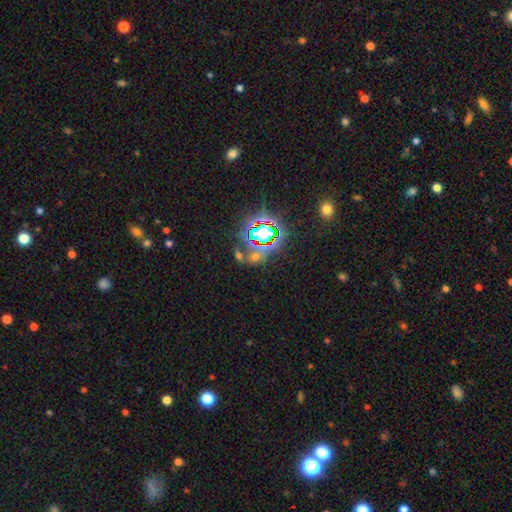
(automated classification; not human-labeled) The model was most divided on "smooth or featured": star or artifact: 67%, smooth: 21%, featured or disk: 12%.